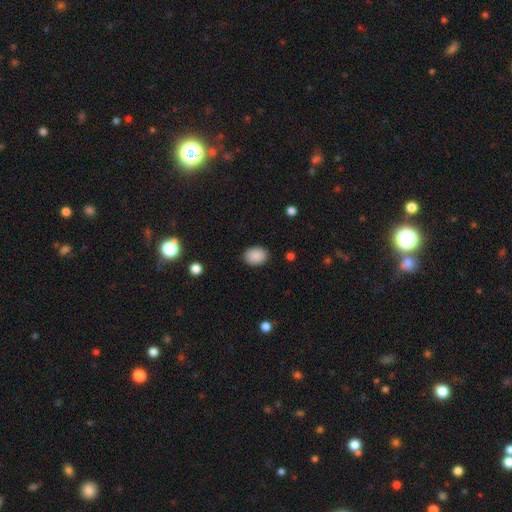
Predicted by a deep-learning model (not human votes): smooth_or_featured: smooth (p=0.89) [alt: star or artifact p=0.08]
how_rounded: in between (p=0.68) [alt: round p=0.31]
merging: none (p=0.88) [alt: minor disturbance p=0.09]